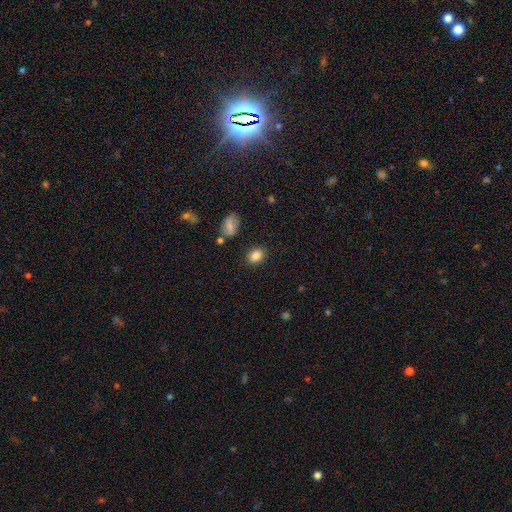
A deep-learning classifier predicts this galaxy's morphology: Smooth or featured: smooth — 85% (star or artifact — 10%)
How rounded: in between — 59% (round — 40%)
Merging: none — 85% (minor disturbance — 10%)